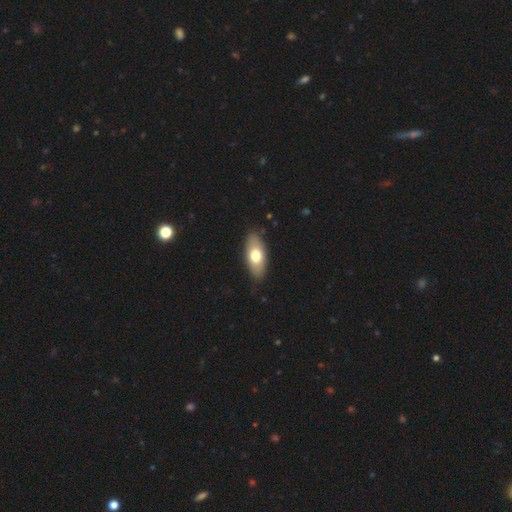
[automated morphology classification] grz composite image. It shows a smooth galaxy with no disk features (68%) that is in between round and cigar-shaped (85%). Merging: none (85%).